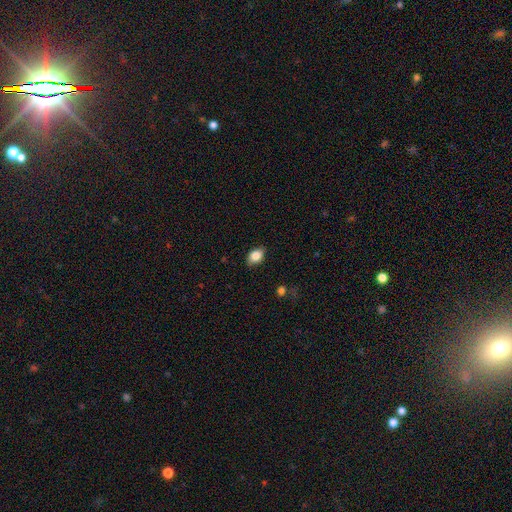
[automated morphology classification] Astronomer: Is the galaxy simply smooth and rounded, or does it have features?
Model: smooth — 83%.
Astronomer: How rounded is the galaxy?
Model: in between — 81%.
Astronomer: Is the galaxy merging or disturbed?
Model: none — 83%.